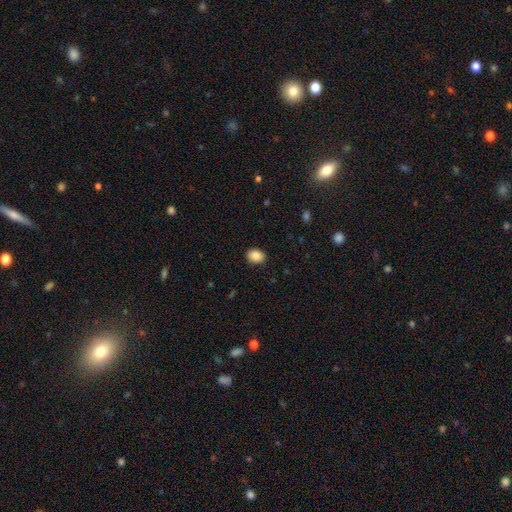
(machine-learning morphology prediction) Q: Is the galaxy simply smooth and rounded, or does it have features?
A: smooth — 89%.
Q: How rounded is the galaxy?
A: in between — 67%.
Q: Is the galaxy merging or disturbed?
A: none — 89%.